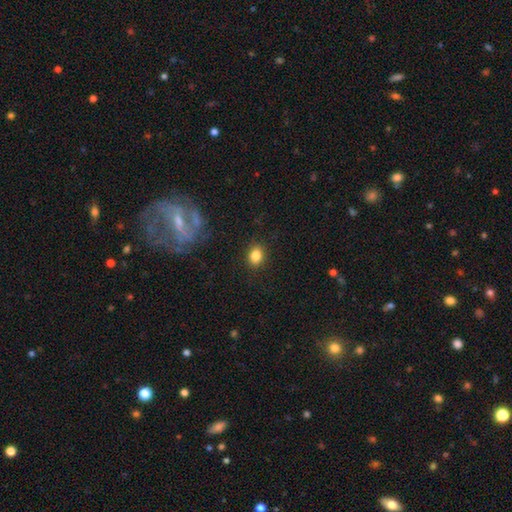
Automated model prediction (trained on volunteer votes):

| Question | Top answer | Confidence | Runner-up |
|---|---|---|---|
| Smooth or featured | smooth | 84% | star or artifact (10%) |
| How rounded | in between | 58% | round (41%) |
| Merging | none | 87% | minor disturbance (9%) |